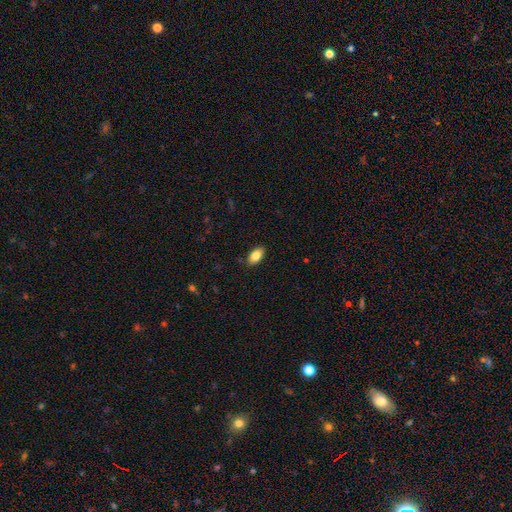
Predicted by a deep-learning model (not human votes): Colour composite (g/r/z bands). It shows a smooth galaxy with no disk features (84%) that is in between round and cigar-shaped (93%). Merging: none (87%).